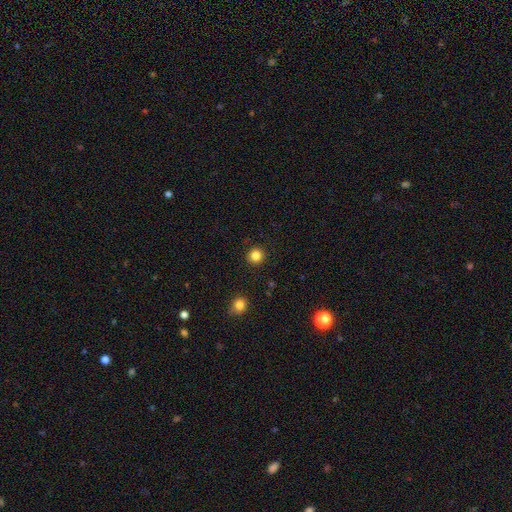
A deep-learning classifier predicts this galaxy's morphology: smooth 84%, star or artifact 12%, featured or disk 4%. Down the decision tree: how rounded — round (94%); merging — none (92%).